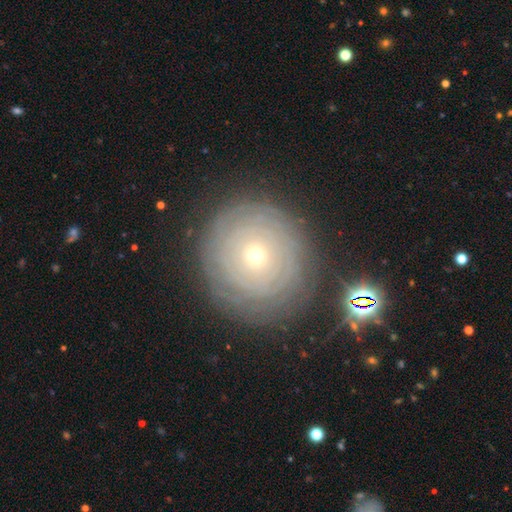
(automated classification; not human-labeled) Smooth or featured?
  - featured or disk: 60% *
  - smooth: 29%
  - star or artifact: 12%
Edge-on disk?
  - no: 97% *
  - yes: 3%
Bar?
  - no: 88% *
  - weak: 8%
  - strong: 3%
Spiral arms?
  - yes: 71% *
  - no: 29%
Bulge size?
  - small: 76% *
  - moderate: 20%
  - large: 1%
  - dominant: 1%
  - none: 1%
Merging?
  - none: 83% *
  - minor disturbance: 11%
  - major disturbance: 4%
  - merger: 2%